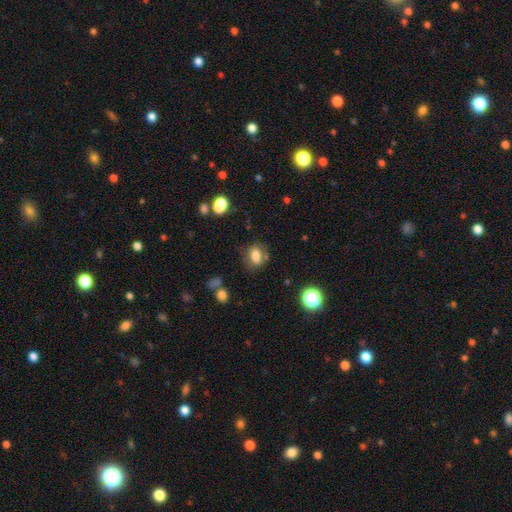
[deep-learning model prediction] smooth_or_featured: smooth (p=0.76) [alt: featured or disk p=0.13]
how_rounded: in between (p=0.70) [alt: round p=0.28]
merging: none (p=0.70) [alt: minor disturbance p=0.18]